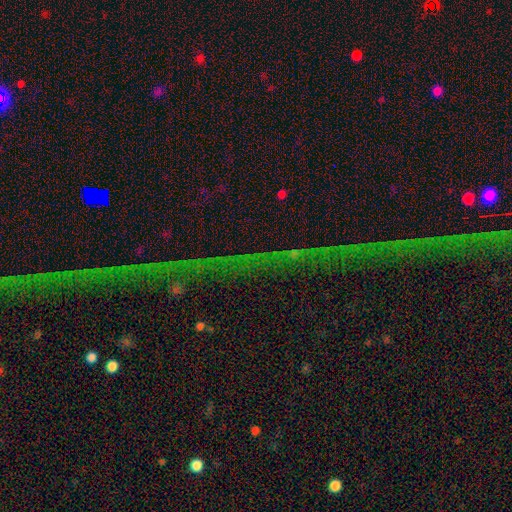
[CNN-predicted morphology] A star or artifact, not a galaxy (72%).

Vote fractions:
- Smooth or featured? star or artifact: 72% / featured or disk: 15% / smooth: 13%